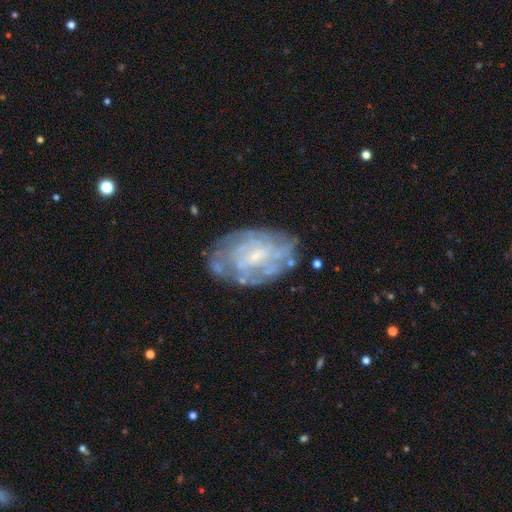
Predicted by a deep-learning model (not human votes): smooth_or_featured: featured or disk (p=0.76) [alt: smooth p=0.17]
disk_edge_on: no (p=0.97) [alt: yes p=0.03]
bar: no (p=0.51) [alt: weak p=0.40]
has_spiral_arms: yes (p=0.69) [alt: no p=0.31]
spiral_winding: tight (p=0.62) [alt: medium p=0.27]
spiral_arm_count: can't tell (p=0.62) [alt: 2 p=0.12]
bulge_size: small (p=0.66) [alt: moderate p=0.21]
merging: none (p=0.68) [alt: minor disturbance p=0.21]